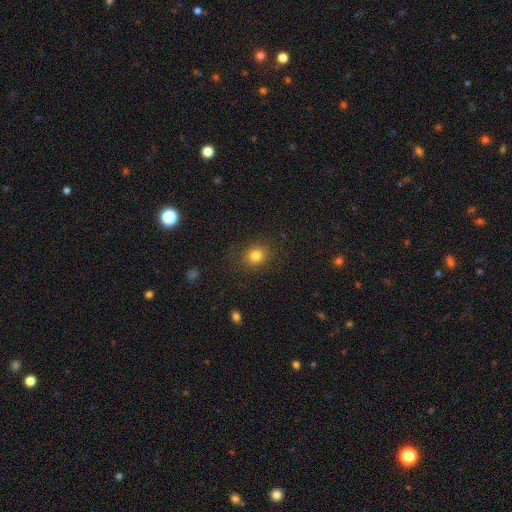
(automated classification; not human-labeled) Morphology: type=smooth (81%); roundness=round (74%); merging=none (85%).